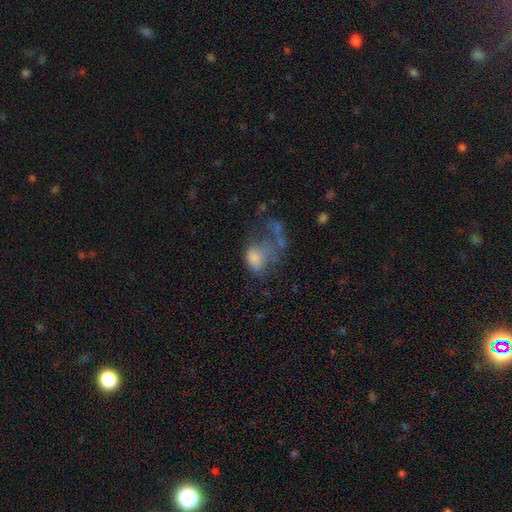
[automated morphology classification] smooth 55%, featured or disk 31%, star or artifact 14%. Down the decision tree: how rounded — in between (74%); merging — major disturbance (50%).